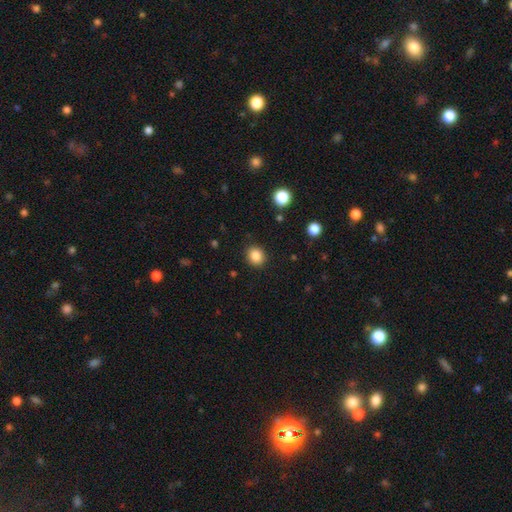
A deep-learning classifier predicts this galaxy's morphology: This appears to be a smooth galaxy with no disk features (86%) that is round (73%). Merging: none (89%).